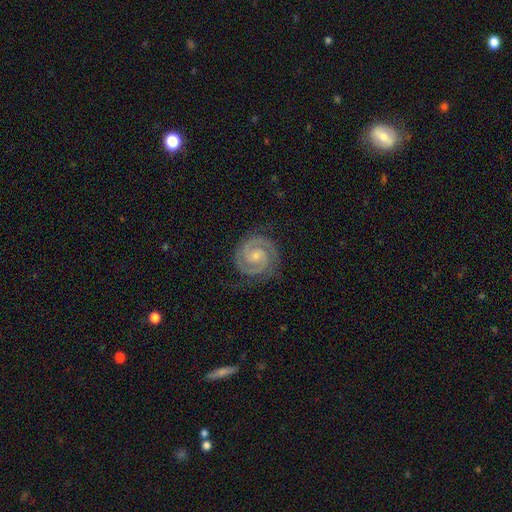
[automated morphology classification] Smooth or featured? Predicted: featured or disk (p=0.93). Edge-on disk? Predicted: no (p=0.98). Bar? Predicted: no (p=0.59). Spiral arms? Predicted: yes (p=0.99). Spiral winding? Predicted: tight (p=0.73). Spiral arm count? Predicted: 2 (p=0.92). Bulge size? Predicted: small (p=0.65). Merging? Predicted: none (p=0.84).